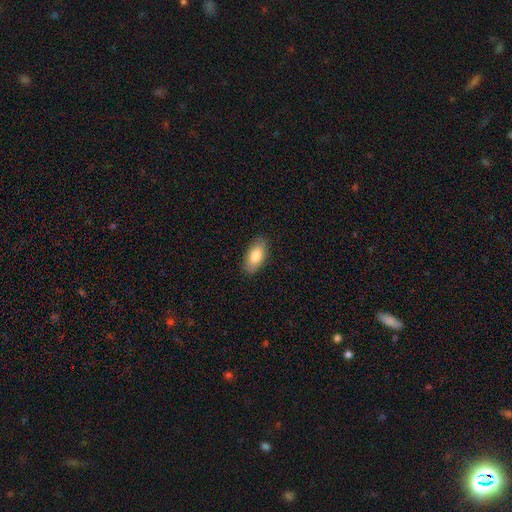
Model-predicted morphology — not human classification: Smooth or featured? smooth (82%)
How rounded? in between (92%)
Merging? none (87%)